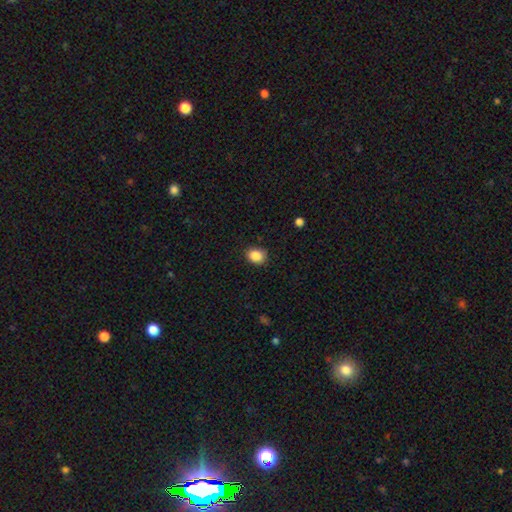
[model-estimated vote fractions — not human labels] A smooth galaxy with no disk features (88%) that is in between round and cigar-shaped (50%).

Vote fractions:
- Smooth or featured? smooth: 88% / star or artifact: 9% / featured or disk: 4%
- How rounded? in between: 50% / round: 49% / cigar-shaped: 1%
- Merging? none: 84% / minor disturbance: 12% / major disturbance: 3% / merger: 1%